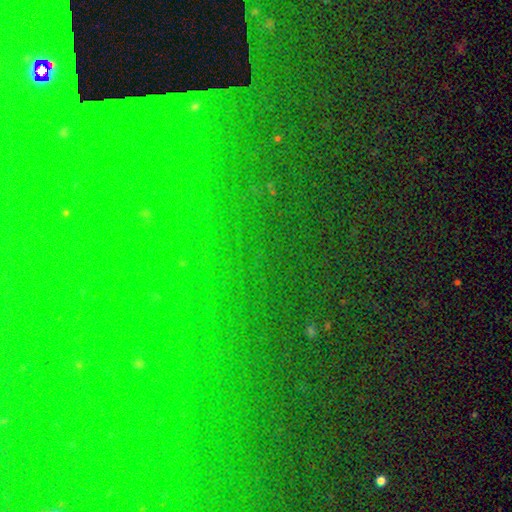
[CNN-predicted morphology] This is likely a star or artifact rather than a galaxy (79%).